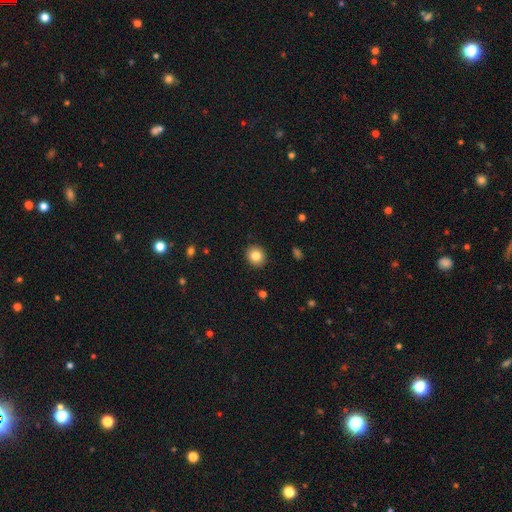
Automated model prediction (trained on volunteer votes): This is clearly a smooth galaxy (83%). How rounded: clearly round (81%). Merging: clearly none (91%).